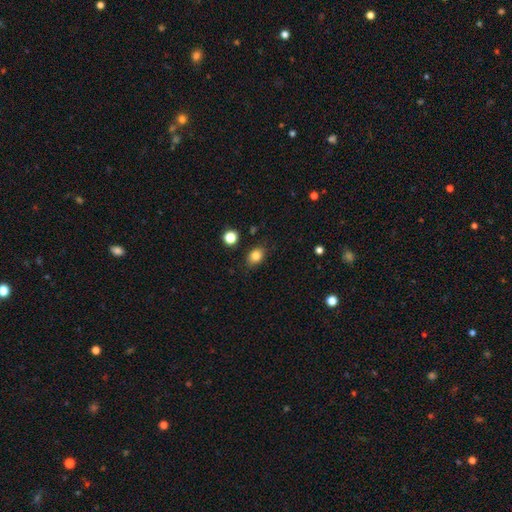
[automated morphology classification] Q: Smooth or featured?
A: smooth (84%); runner-up: star or artifact (10%)
Q: How rounded?
A: in between (66%); runner-up: round (33%)
Q: Merging?
A: none (84%); runner-up: minor disturbance (11%)